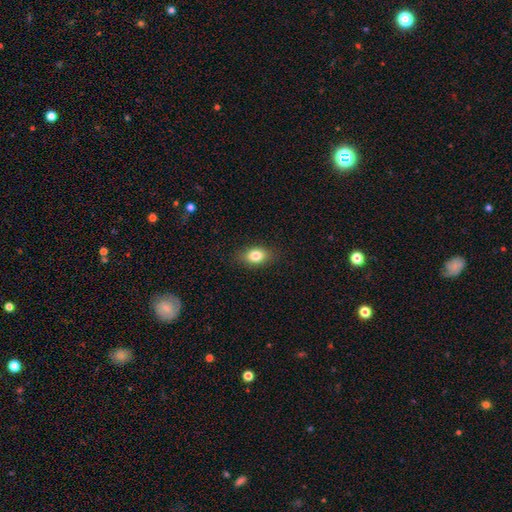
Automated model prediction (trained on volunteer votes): smooth-or-featured: smooth: 82% | featured or disk: 9% | star or artifact: 9%
  how-rounded: in between: 79% | round: 18% | cigar-shaped: 3%
  merging: none: 86% | minor disturbance: 11% | major disturbance: 3% | merger: 1%